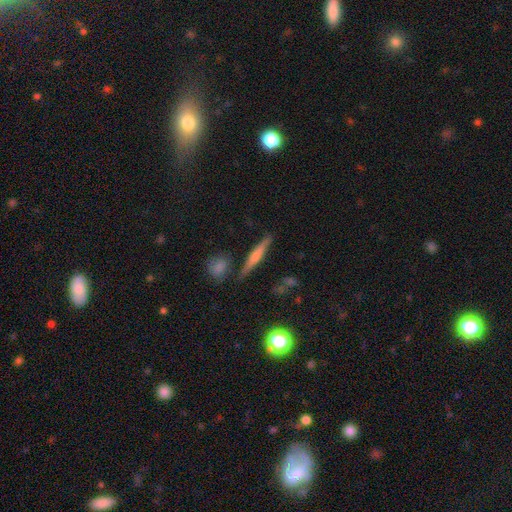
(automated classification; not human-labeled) Smooth or featured? featured or disk (47%)
Merging? none (83%)